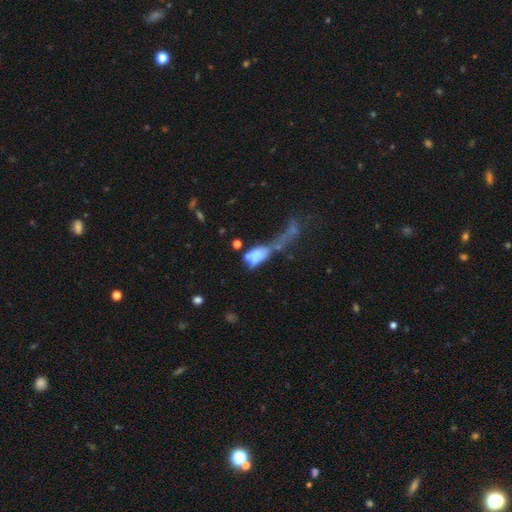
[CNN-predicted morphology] type=smooth (60%); roundness=in between (83%); merging=merger (41%).